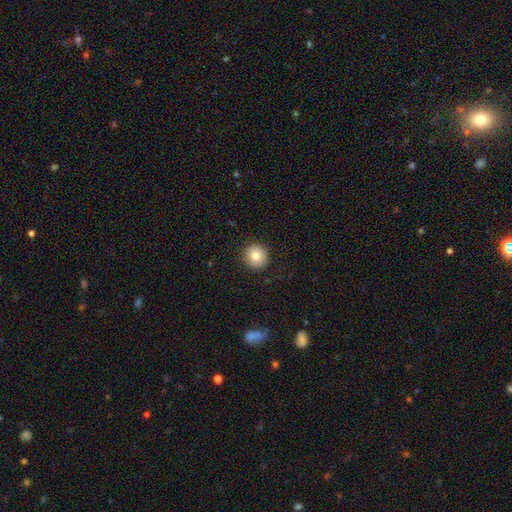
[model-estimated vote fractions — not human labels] Smooth or featured?
  - smooth: 80% *
  - featured or disk: 11%
  - star or artifact: 9%
How rounded?
  - round: 93% *
  - in between: 6%
  - cigar-shaped: 1%
Merging?
  - none: 91% *
  - minor disturbance: 6%
  - major disturbance: 2%
  - merger: 1%